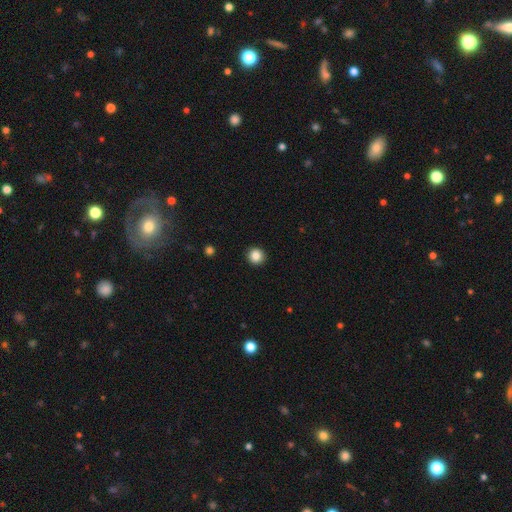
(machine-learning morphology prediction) smooth-or-featured: smooth: 86% | star or artifact: 10% | featured or disk: 4%
  how-rounded: round: 94% | in between: 5% | cigar-shaped: 1%
  merging: none: 93% | minor disturbance: 5% | major disturbance: 1% | merger: 1%